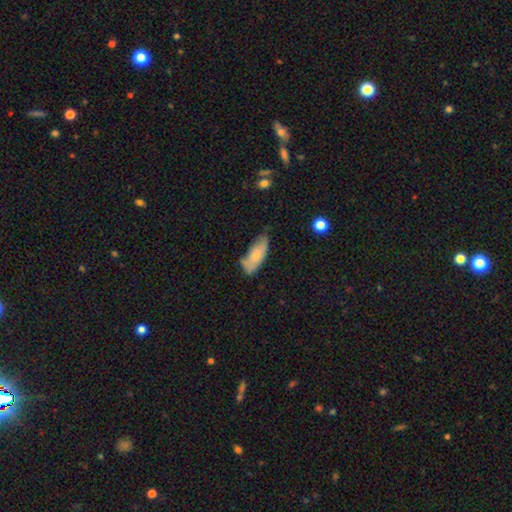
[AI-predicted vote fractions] Morphology: type=smooth (67%); roundness=in between (80%); merging=none (45%).